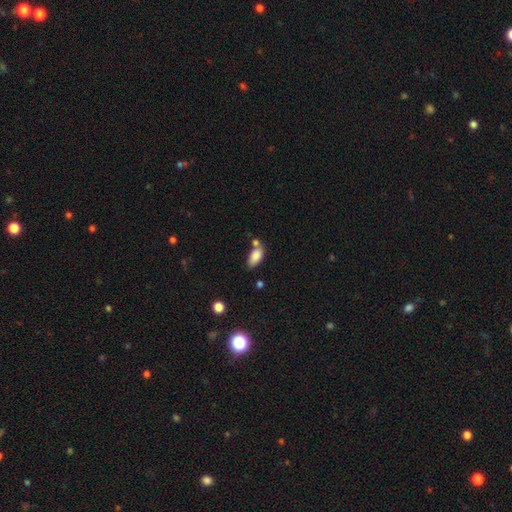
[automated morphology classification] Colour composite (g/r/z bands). It shows a smooth galaxy with no disk features (85%) that is in between round and cigar-shaped (91%). Merging: none (54%).